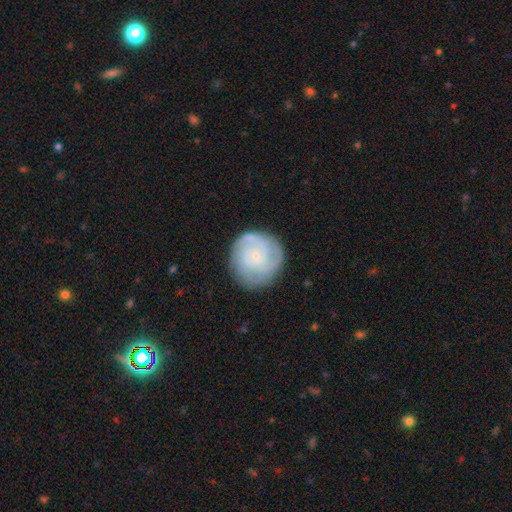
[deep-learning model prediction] smooth_or_featured: featured or disk (p=0.76) [alt: smooth p=0.18]
disk_edge_on: no (p=0.98) [alt: yes p=0.02]
bar: no (p=0.71) [alt: weak p=0.25]
has_spiral_arms: yes (p=0.95) [alt: no p=0.05]
spiral_winding: tight (p=0.70) [alt: medium p=0.25]
spiral_arm_count: 3 (p=0.33) [alt: can't tell p=0.25]
bulge_size: small (p=0.78) [alt: moderate p=0.11]
merging: none (p=0.82) [alt: minor disturbance p=0.13]